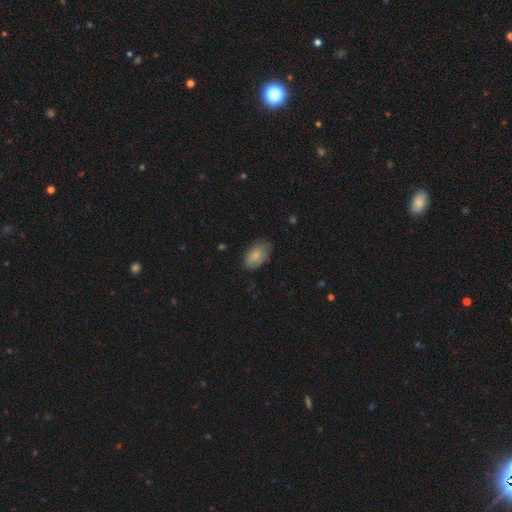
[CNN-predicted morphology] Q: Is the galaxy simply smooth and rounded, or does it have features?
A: smooth — 83%.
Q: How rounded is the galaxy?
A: in between — 92%.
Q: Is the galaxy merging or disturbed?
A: none — 74%.